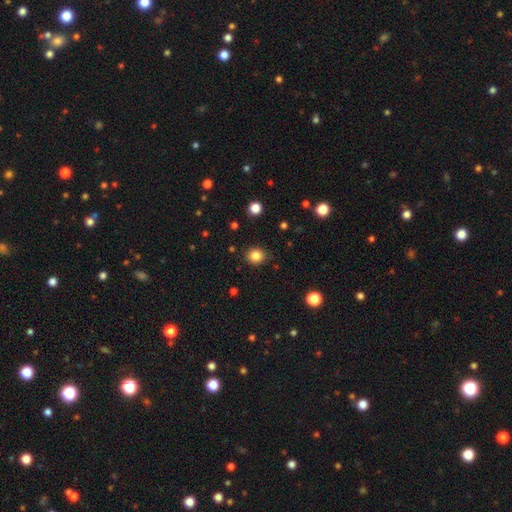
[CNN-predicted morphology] This appears to be a smooth galaxy with no disk features (84%) that is round (80%). Merging: none (89%).